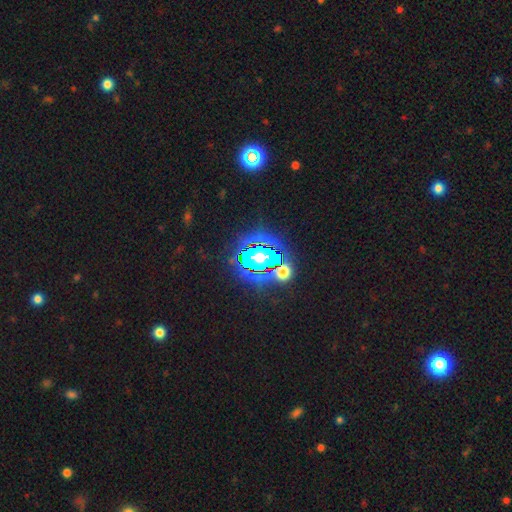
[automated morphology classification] This is likely a star or artifact rather than a galaxy (80%).